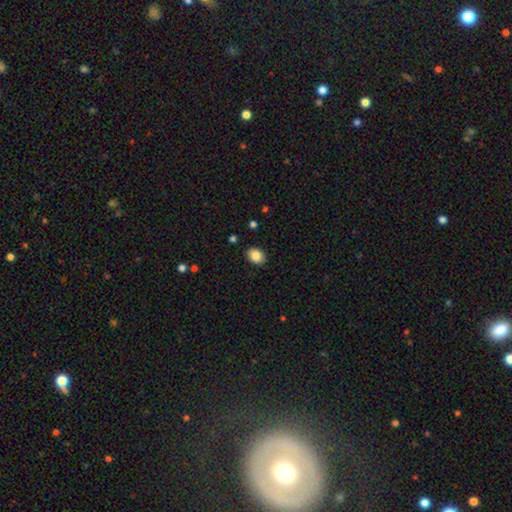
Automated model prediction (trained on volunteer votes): Overall: smooth (85%). How rounded: in between (69%; round 30%). Merging: none (88%).